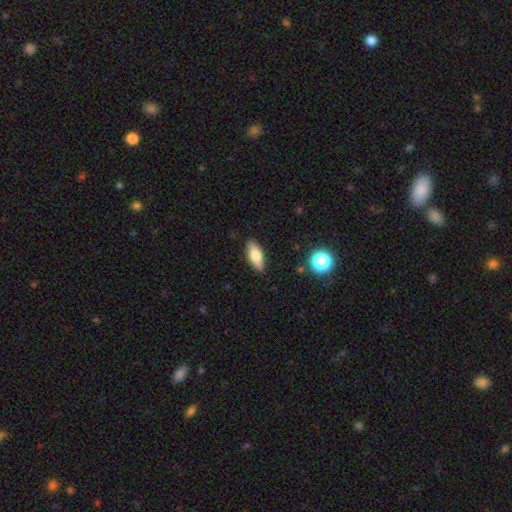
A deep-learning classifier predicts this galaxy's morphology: Q: Smooth or featured?
A: smooth (70%); runner-up: featured or disk (22%)
Q: How rounded?
A: in between (72%); runner-up: cigar-shaped (25%)
Q: Merging?
A: none (87%); runner-up: minor disturbance (9%)